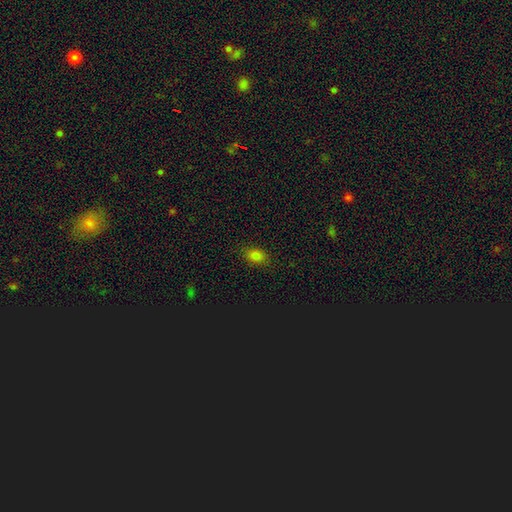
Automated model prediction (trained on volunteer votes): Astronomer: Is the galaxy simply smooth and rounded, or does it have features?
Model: smooth — 80%.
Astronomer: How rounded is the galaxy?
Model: in between — 81%.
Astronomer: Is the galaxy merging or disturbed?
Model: none — 86%.